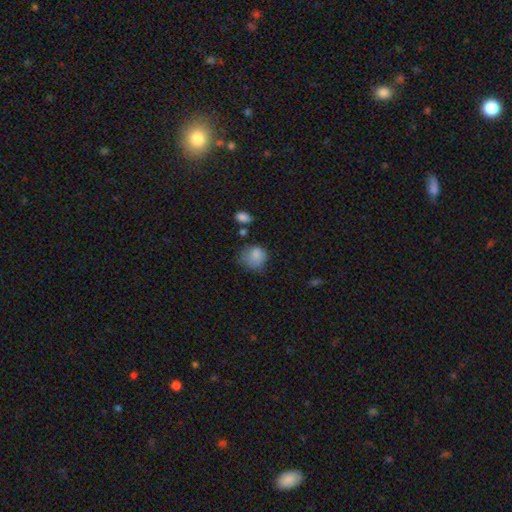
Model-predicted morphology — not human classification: smooth 82%, star or artifact 10%, featured or disk 8%. Down the decision tree: how rounded — round (74%); merging — none (47%).